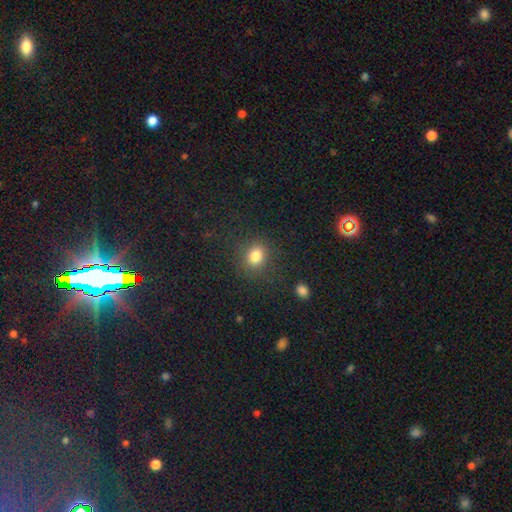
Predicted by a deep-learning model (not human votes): Q: Smooth or featured?
A: smooth (81%); runner-up: star or artifact (13%)
Q: How rounded?
A: round (70%); runner-up: in between (29%)
Q: Merging?
A: none (85%); runner-up: minor disturbance (9%)